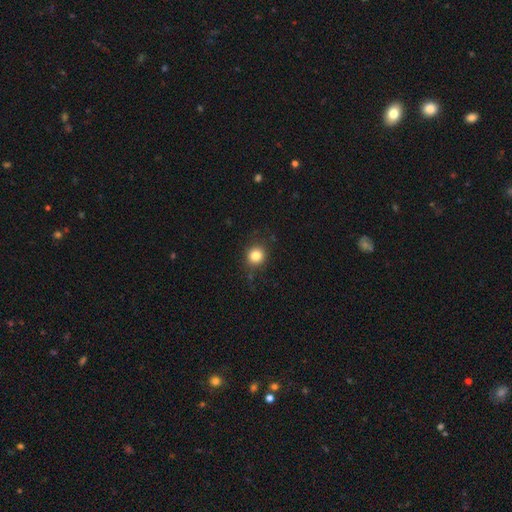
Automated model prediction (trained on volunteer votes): Smooth or featured: smooth — 83% (star or artifact — 12%)
How rounded: round — 85% (in between — 14%)
Merging: none — 85% (minor disturbance — 10%)